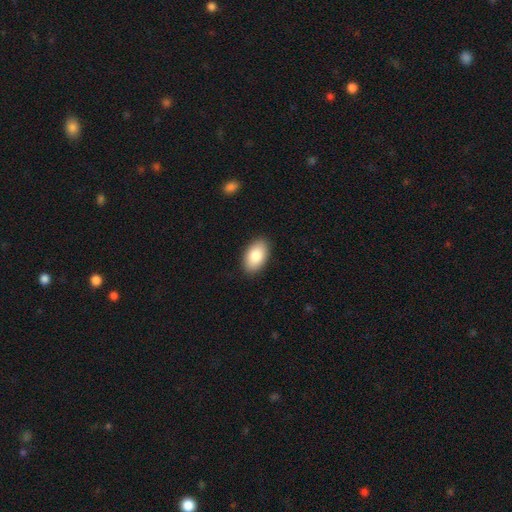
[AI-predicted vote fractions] This appears to be a smooth galaxy with no disk features (84%) that is in between round and cigar-shaped (94%). Merging: none (89%).